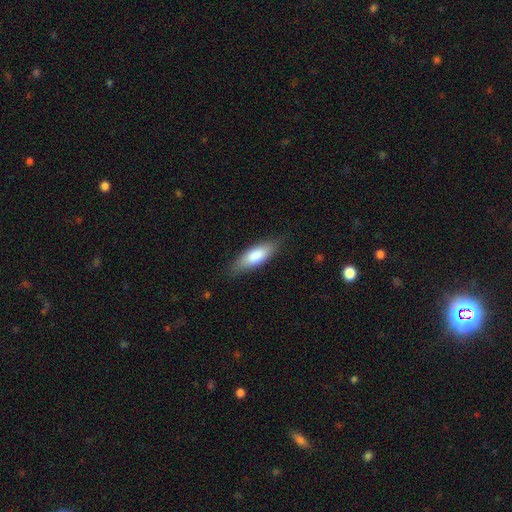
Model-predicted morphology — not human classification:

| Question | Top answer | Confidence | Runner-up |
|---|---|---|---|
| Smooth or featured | smooth | 82% | featured or disk (13%) |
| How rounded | in between | 65% | cigar-shaped (34%) |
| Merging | none | 80% | minor disturbance (15%) |